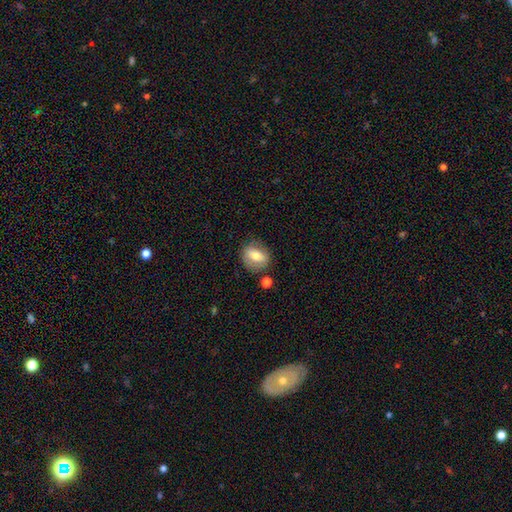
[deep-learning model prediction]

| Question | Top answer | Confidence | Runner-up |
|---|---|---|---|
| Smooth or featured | smooth | 62% | featured or disk (30%) |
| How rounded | in between | 51% | round (46%) |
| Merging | none | 75% | minor disturbance (15%) |